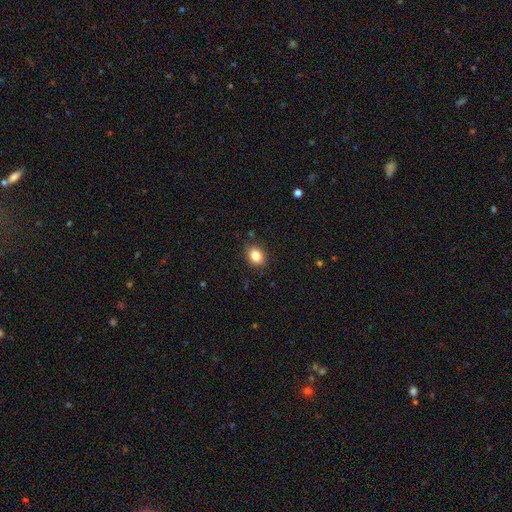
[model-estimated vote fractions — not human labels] smooth-or-featured: smooth: 83% | star or artifact: 10% | featured or disk: 7%
  how-rounded: in between: 58% | round: 41% | cigar-shaped: 1%
  merging: none: 86% | minor disturbance: 10% | major disturbance: 2% | merger: 1%